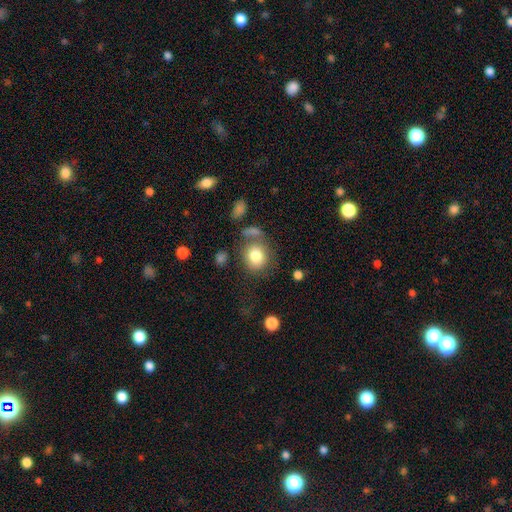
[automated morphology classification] Overall: smooth (80%). How rounded: round (74%). Merging: none (61%).